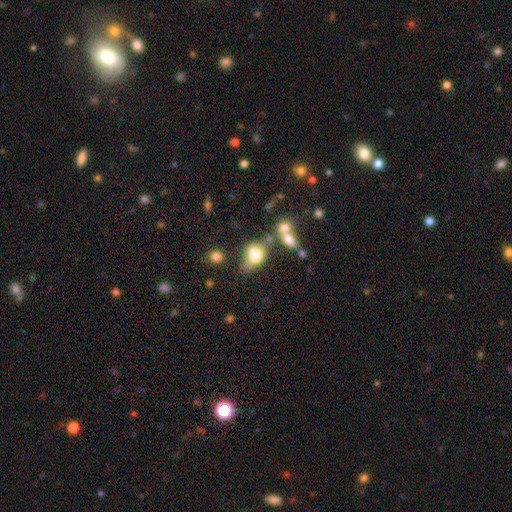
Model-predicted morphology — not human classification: smooth-or-featured: smooth: 71% | featured or disk: 18% | star or artifact: 11%
  how-rounded: in between: 77% | round: 21% | cigar-shaped: 3%
  merging: merger: 35% | none: 26% | minor disturbance: 21% | major disturbance: 18%